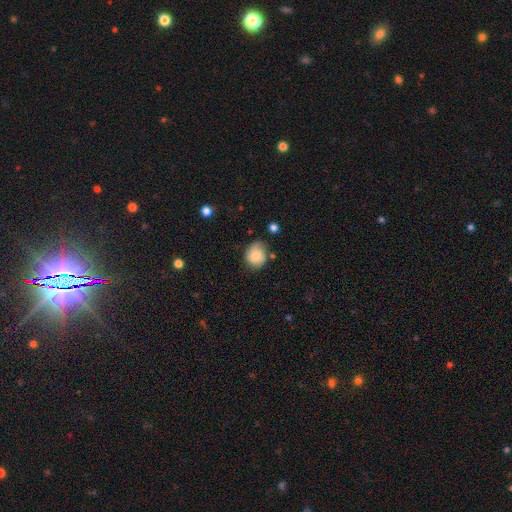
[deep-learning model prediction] Morphology: type=smooth (80%); roundness=round (67%); merging=none (57%).